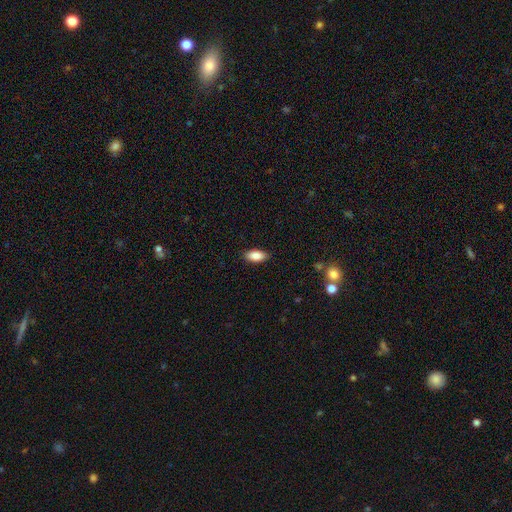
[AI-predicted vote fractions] smooth-or-featured: smooth: 87% | star or artifact: 7% | featured or disk: 7%
  how-rounded: in between: 88% | cigar-shaped: 9% | round: 3%
  merging: none: 87% | minor disturbance: 10% | major disturbance: 2% | merger: 1%